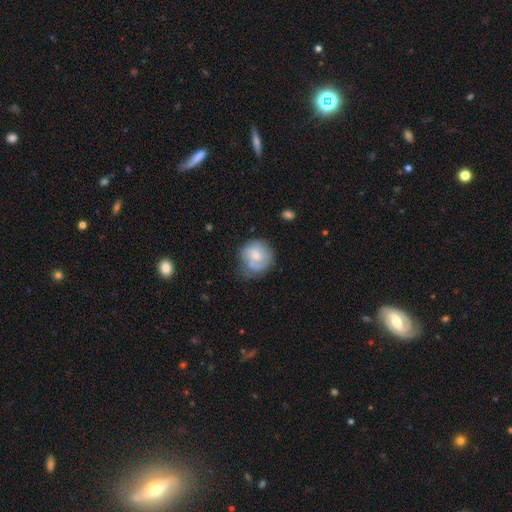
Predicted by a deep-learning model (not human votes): Overall: smooth (50%; featured or disk 43%). How rounded: round (83%). Merging: none (55%; minor disturbance 27%).